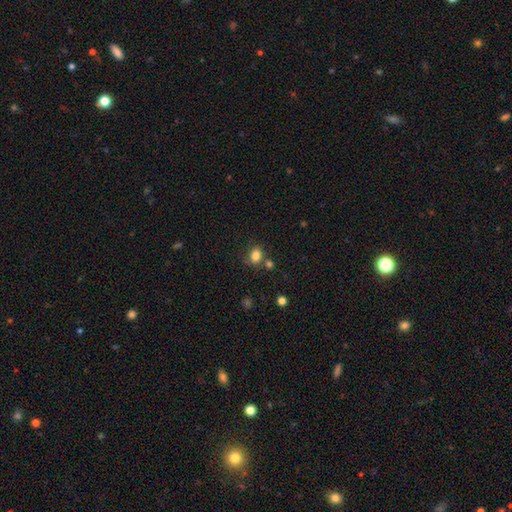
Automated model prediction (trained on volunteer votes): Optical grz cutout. It shows a smooth galaxy with no disk features (82%) that is round (52%). Merging: none (69%).